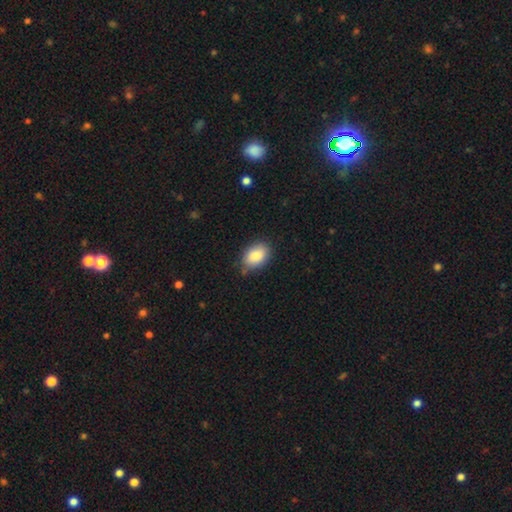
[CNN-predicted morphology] Overall: smooth (87%). How rounded: in between (81%). Merging: none (79%).